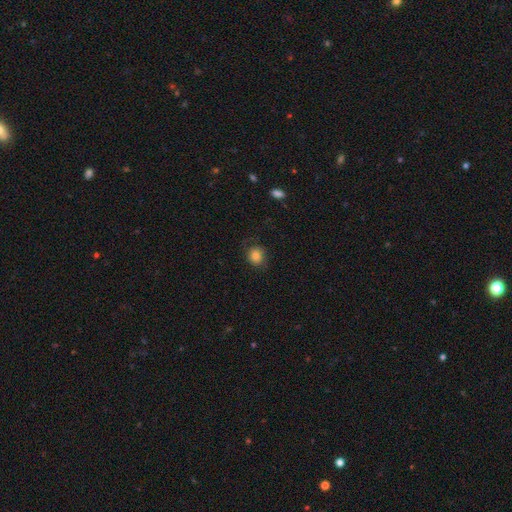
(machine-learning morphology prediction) A smooth galaxy with no disk features (81%) that is round (73%). Merging: none (70%).